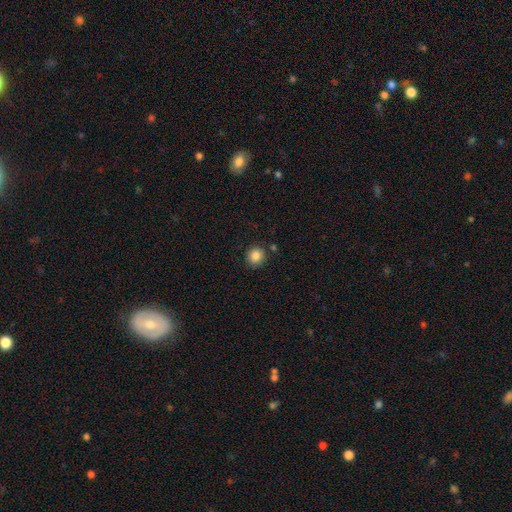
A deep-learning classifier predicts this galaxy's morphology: This is clearly a smooth galaxy (86%). How rounded: clearly round (85%). Merging: clearly none (83%).